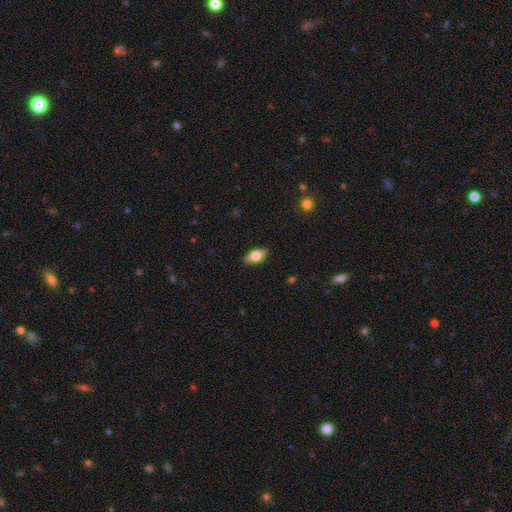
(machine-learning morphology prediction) Smooth or featured? smooth (78%)
How rounded? in between (89%)
Merging? none (88%)